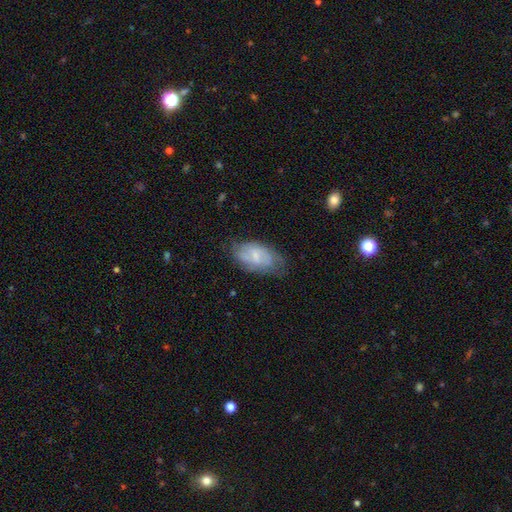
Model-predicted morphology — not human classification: Smooth or featured: featured or disk — 56% (smooth — 37%)
Edge-on disk: no — 95% (yes — 5%)
Bar: weak — 50% (no — 39%)
Spiral arms: yes — 81% (no — 19%)
Bulge size: small — 57% (moderate — 25%)
Merging: none — 61% (minor disturbance — 28%)